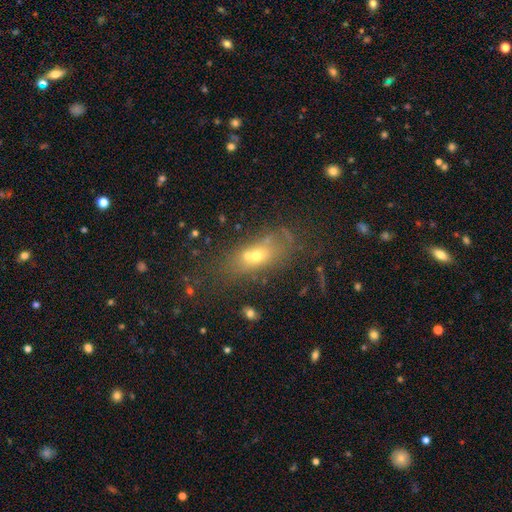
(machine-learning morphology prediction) Smooth or featured? Predicted: smooth (p=0.52). How rounded? Predicted: in between (p=0.66). Merging? Predicted: none (p=0.41).